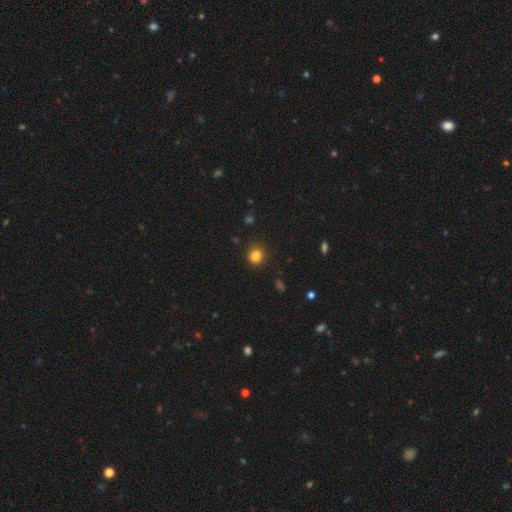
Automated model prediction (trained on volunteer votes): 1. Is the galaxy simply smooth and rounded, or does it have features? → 83% smooth, 12% star or artifact, 4% featured or disk.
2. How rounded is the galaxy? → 66% round, 33% in between, 1% cigar-shaped.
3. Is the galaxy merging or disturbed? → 75% none, 16% minor disturbance, 5% major disturbance, 4% merger.